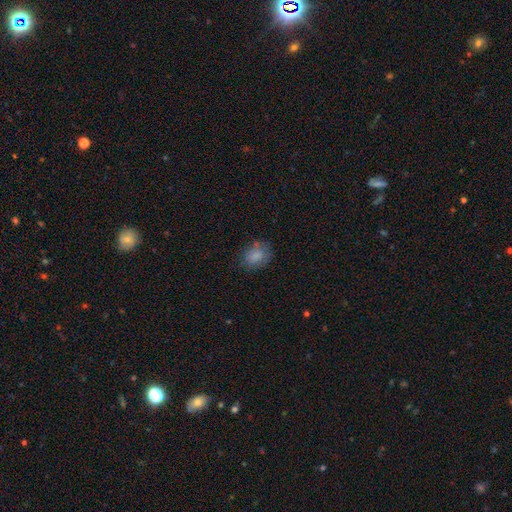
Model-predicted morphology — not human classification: smooth-or-featured: smooth: 79% | featured or disk: 11% | star or artifact: 10%
  how-rounded: in between: 52% | round: 47% | cigar-shaped: 1%
  merging: none: 68% | minor disturbance: 22% | major disturbance: 8% | merger: 2%